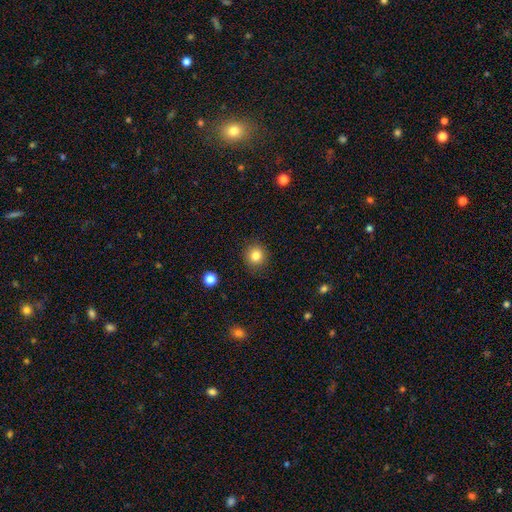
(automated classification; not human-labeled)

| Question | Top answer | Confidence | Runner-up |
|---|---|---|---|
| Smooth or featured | smooth | 83% | star or artifact (11%) |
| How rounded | round | 89% | in between (10%) |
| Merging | none | 90% | minor disturbance (7%) |